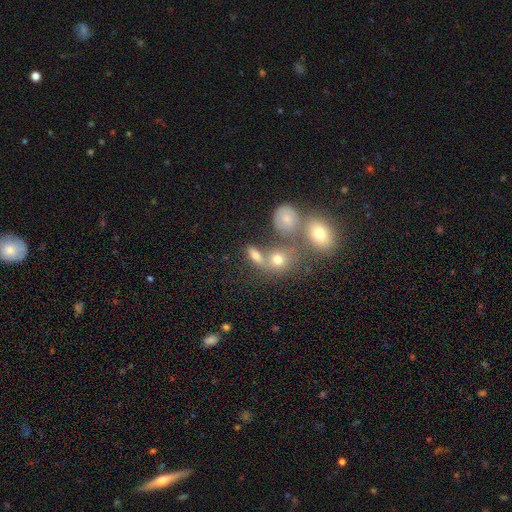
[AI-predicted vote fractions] smooth_or_featured: smooth (p=0.67) [alt: featured or disk p=0.18]
how_rounded: in between (p=0.62) [alt: round p=0.28]
merging: none (p=0.49) [alt: merger p=0.31]